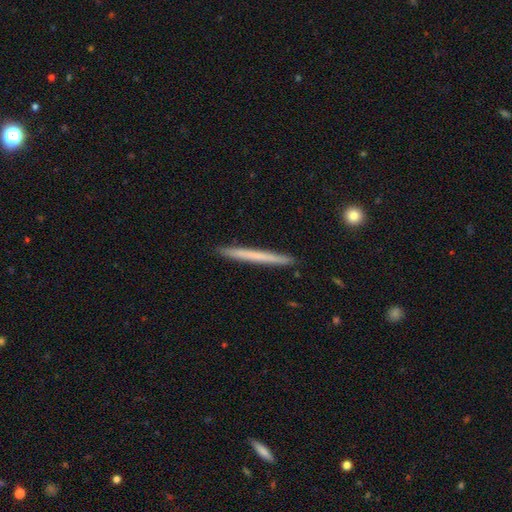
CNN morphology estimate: A smooth galaxy with no disk features (58%) that is cigar-shaped (98%).

Vote fractions:
- Smooth or featured? smooth: 58% / featured or disk: 37% / star or artifact: 5%
- How rounded? cigar-shaped: 98% / in between: 1% / round: 1%
- Merging? none: 92% / minor disturbance: 6% / major disturbance: 1% / merger: 1%